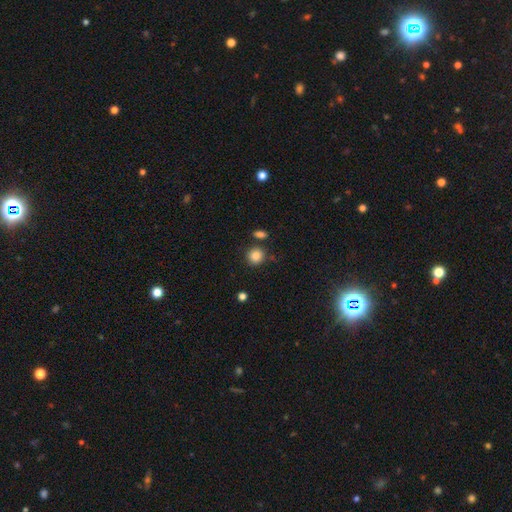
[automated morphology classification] smooth 86%, star or artifact 10%, featured or disk 5%. Down the decision tree: how rounded — round (87%); merging — none (79%).